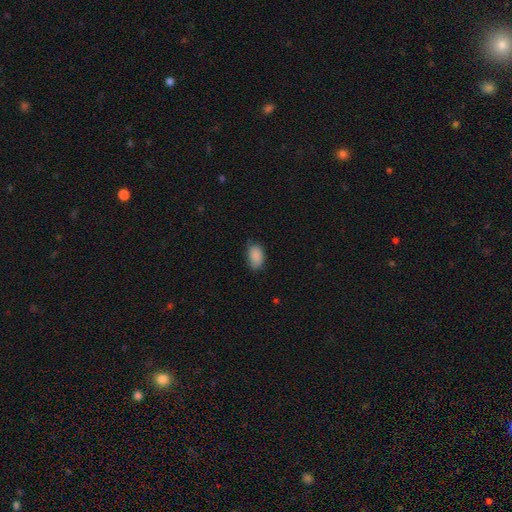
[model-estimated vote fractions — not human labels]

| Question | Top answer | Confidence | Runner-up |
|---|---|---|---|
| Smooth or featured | smooth | 89% | star or artifact (7%) |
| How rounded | in between | 91% | round (7%) |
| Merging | none | 73% | minor disturbance (22%) |